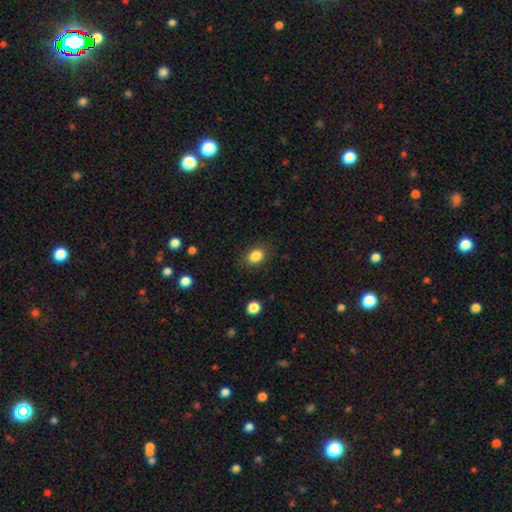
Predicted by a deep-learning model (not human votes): smooth_or_featured: smooth (p=0.85) [alt: star or artifact p=0.10]
how_rounded: in between (p=0.53) [alt: round p=0.46]
merging: none (p=0.85) [alt: minor disturbance p=0.11]